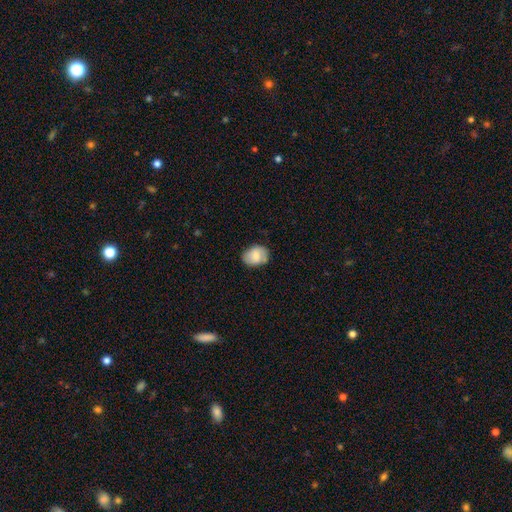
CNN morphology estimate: smooth 70%, featured or disk 23%, star or artifact 8%. Down the decision tree: how rounded — in between (65%); merging — none (71%).